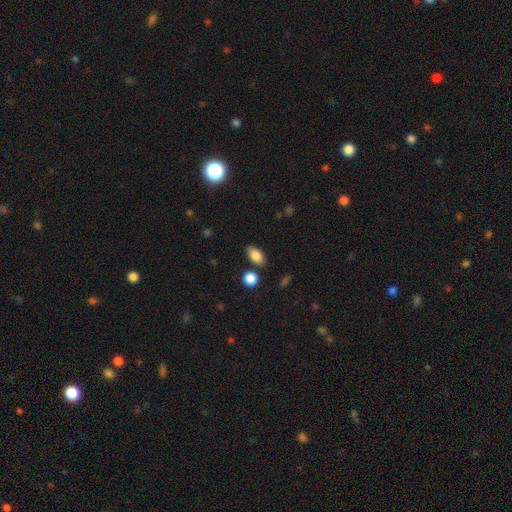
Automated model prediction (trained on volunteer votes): A smooth galaxy with no disk features (86%) that is in between round and cigar-shaped (88%). Merging: none (80%).